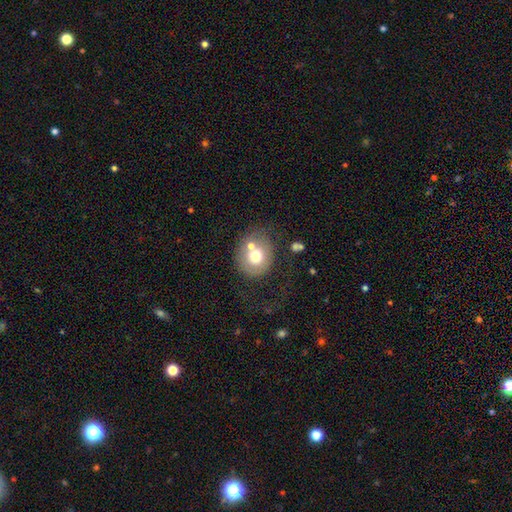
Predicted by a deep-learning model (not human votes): smooth-or-featured: smooth: 62% | featured or disk: 29% | star or artifact: 9%
  how-rounded: round: 70% | in between: 29% | cigar-shaped: 1%
  merging: none: 47% | merger: 25% | minor disturbance: 16% | major disturbance: 12%